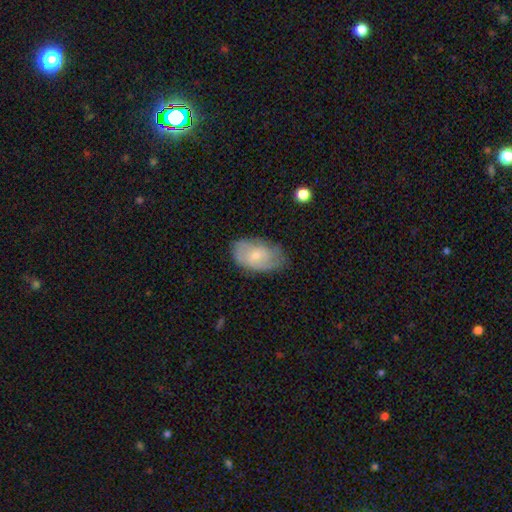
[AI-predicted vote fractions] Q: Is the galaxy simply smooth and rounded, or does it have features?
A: smooth — 51%.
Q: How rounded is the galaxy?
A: in between — 91%.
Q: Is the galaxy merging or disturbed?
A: none — 68%.